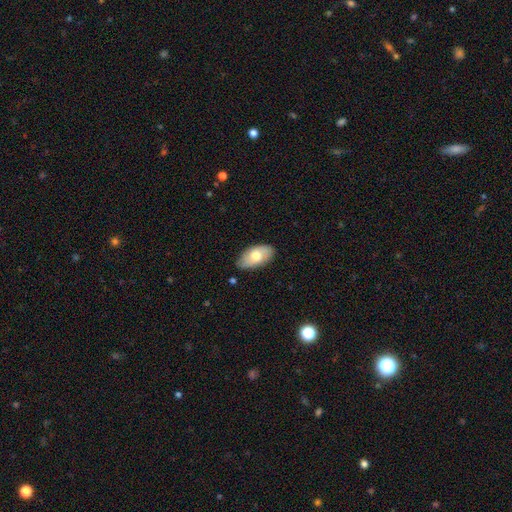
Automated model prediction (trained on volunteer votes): This appears to be a smooth galaxy with no disk features (70%) that is in between round and cigar-shaped (94%). Merging: none (78%).